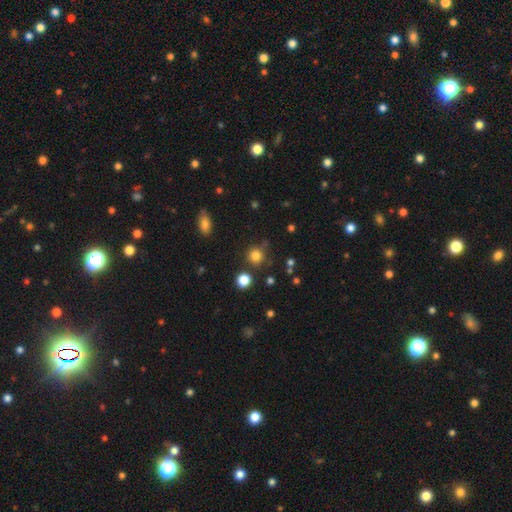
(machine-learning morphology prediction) The model was most divided on "smooth or featured": smooth: 81%, star or artifact: 14%, featured or disk: 5%. More confident: how rounded — round (91%); merging — none (79%).